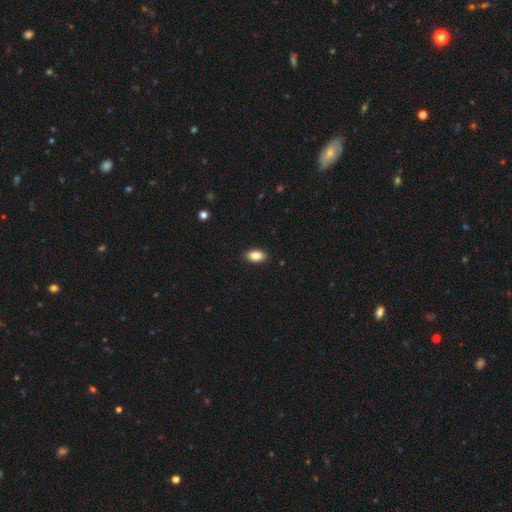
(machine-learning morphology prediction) The model was most divided on "smooth or featured": smooth: 87%, star or artifact: 8%, featured or disk: 6%. More confident: how rounded — in between (92%); merging — none (90%).